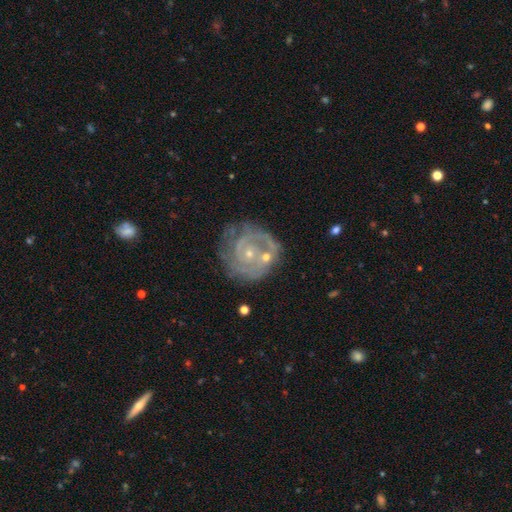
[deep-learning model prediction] A featured or disk galaxy (83%) with no bar (71%), 2 (40%) tight (67%) spiral arms (91%) and a small central bulge (75%).

Vote fractions:
- Smooth or featured? featured or disk: 83% / smooth: 10% / star or artifact: 7%
- Edge-on disk? no: 98% / yes: 2%
- Bar? no: 71% / weak: 24% / strong: 6%
- Spiral arms? yes: 91% / no: 9%
- Spiral winding? tight: 67% / medium: 26% / loose: 7%
- Spiral arm count? 2: 40% / can't tell: 27% / 3: 17% / 1: 6% / 4: 5% / more than 4: 4%
- Bulge size? small: 75% / moderate: 21% / none: 2% / large: 1% / dominant: 1%
- Merging? none: 65% / minor disturbance: 17% / merger: 9% / major disturbance: 9%